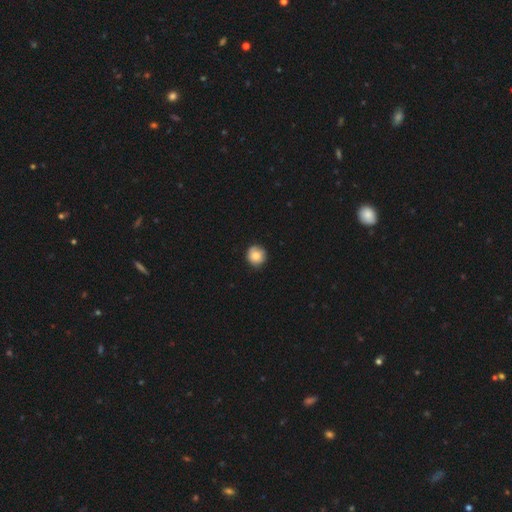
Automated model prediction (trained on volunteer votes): A smooth galaxy with no disk features (79%) that is round (91%).

Vote fractions:
- Smooth or featured? smooth: 79% / featured or disk: 12% / star or artifact: 9%
- How rounded? round: 91% / in between: 8% / cigar-shaped: 1%
- Merging? none: 82% / minor disturbance: 15% / major disturbance: 3% / merger: 1%